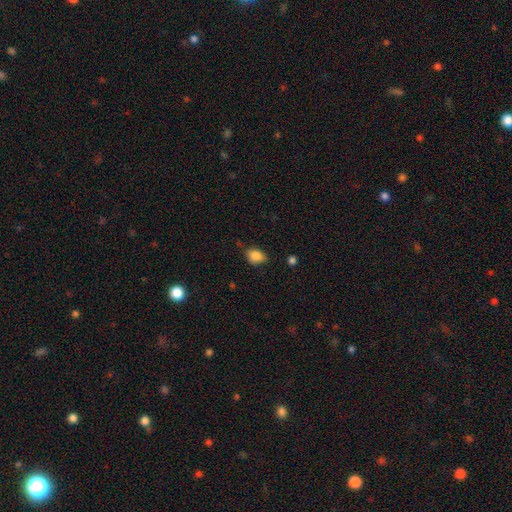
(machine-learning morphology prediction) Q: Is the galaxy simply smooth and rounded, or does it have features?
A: smooth — 85%.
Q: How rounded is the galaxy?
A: in between — 70%.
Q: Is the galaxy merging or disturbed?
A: none — 71%.